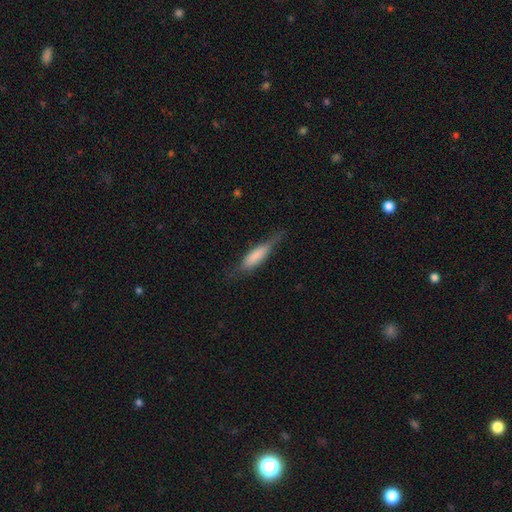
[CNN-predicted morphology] The model was most divided on "how rounded": cigar-shaped: 64%, in between: 34%, round: 2%. More confident: smooth or featured — smooth (68%); merging — none (61%).